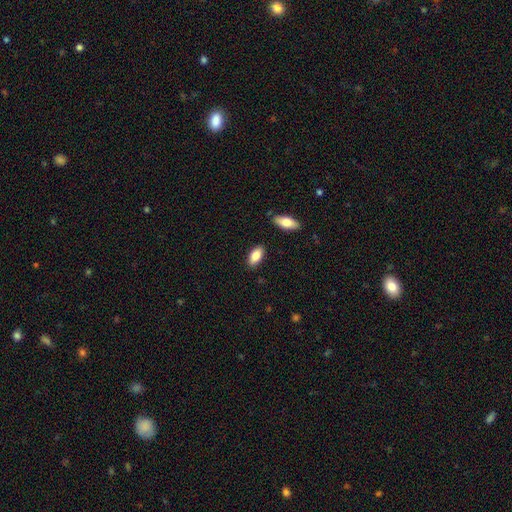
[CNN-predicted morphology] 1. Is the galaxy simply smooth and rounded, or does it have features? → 85% smooth, 9% featured or disk, 6% star or artifact.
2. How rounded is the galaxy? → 90% in between, 7% cigar-shaped, 2% round.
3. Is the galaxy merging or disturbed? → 86% none, 10% minor disturbance, 2% merger, 2% major disturbance.